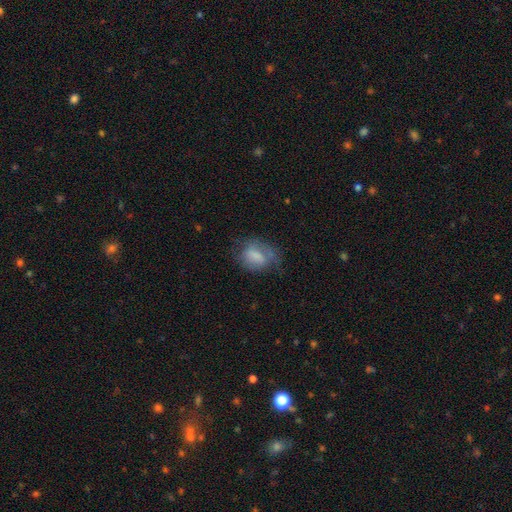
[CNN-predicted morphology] Q: Smooth or featured?
A: smooth (64%); runner-up: featured or disk (27%)
Q: How rounded?
A: in between (72%); runner-up: round (26%)
Q: Merging?
A: none (44%); runner-up: minor disturbance (30%)